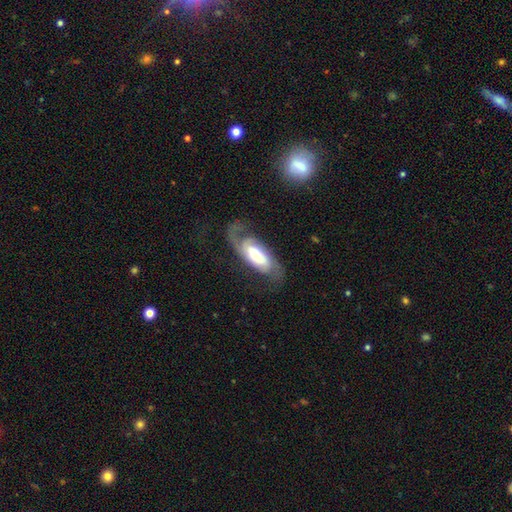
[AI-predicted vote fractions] Overall: featured or disk (77%). Edge-on disk: no (93%). Bar: no (44%; weak 34%). Spiral arms: yes (93%). Spiral arm count: 2 (75%). Spiral winding: medium (42%; loose 30%). Bulge size: moderate (48%; small 27%). Merging: none (57%; major disturbance 22%).